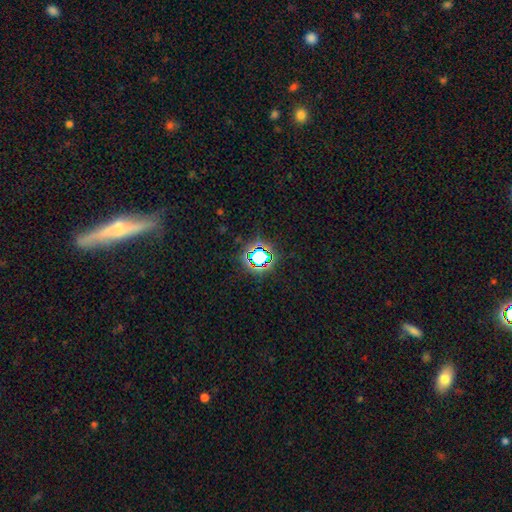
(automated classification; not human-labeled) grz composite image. It shows a star or artifact, not a galaxy (69%).